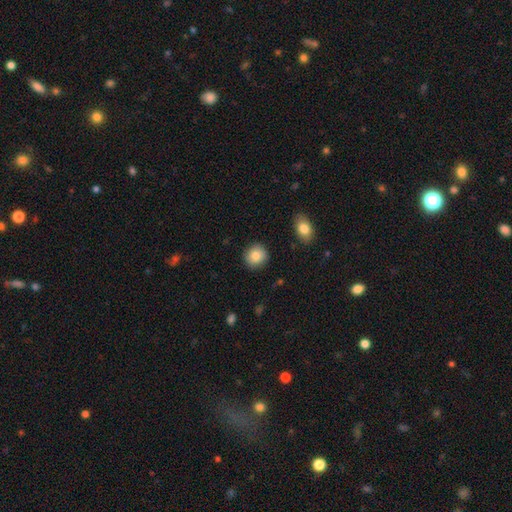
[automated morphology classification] Overall: smooth (83%). How rounded: round (85%). Merging: none (90%).